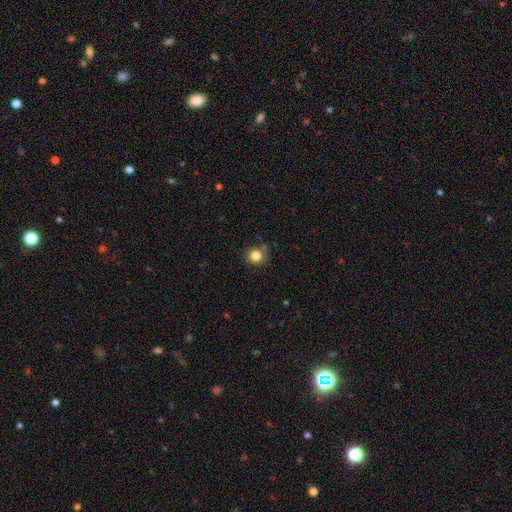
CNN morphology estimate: Smooth or featured? smooth (82%)
How rounded? round (88%)
Merging? none (79%)